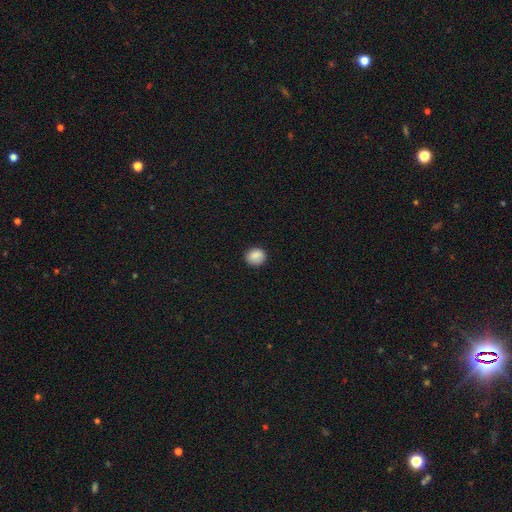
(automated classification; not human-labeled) Smooth or featured: smooth — 88% (star or artifact — 9%)
How rounded: round — 78% (in between — 21%)
Merging: none — 88% (minor disturbance — 9%)